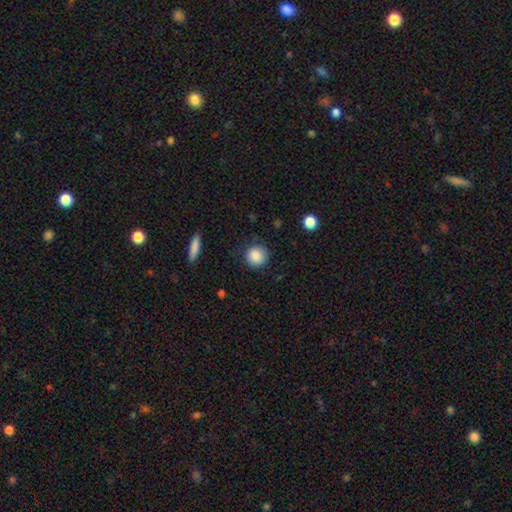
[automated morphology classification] A smooth galaxy with no disk features (87%) that is round (91%). Merging: none (85%).